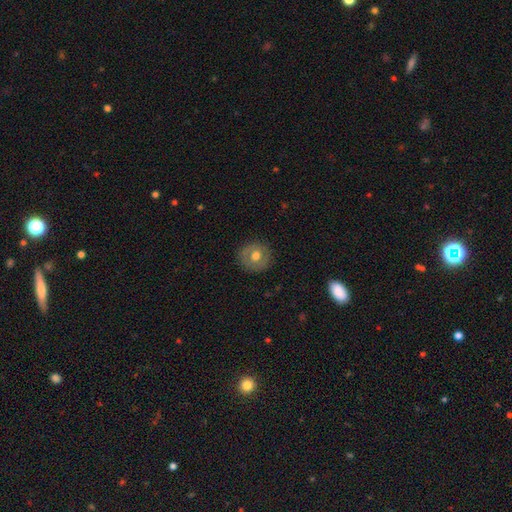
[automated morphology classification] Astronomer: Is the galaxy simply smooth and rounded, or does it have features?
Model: smooth — 60%.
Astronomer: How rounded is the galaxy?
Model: round — 90%.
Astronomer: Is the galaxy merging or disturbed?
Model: none — 87%.